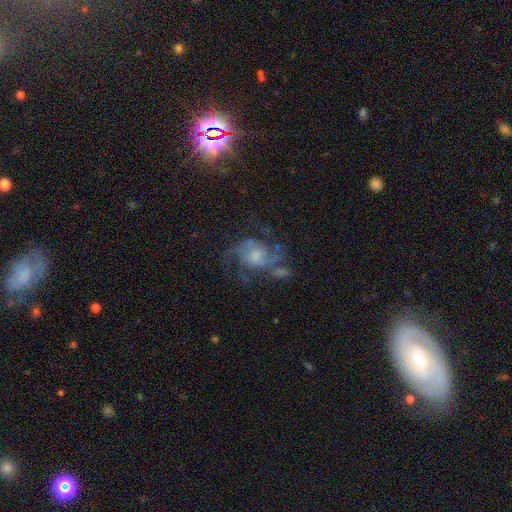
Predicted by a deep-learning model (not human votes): A featured or disk galaxy (70%) with no bar (66%), 2 (41%) medium (49%) spiral arms (81%) and a moderate central bulge (44%).

Vote fractions:
- Smooth or featured? featured or disk: 70% / smooth: 16% / star or artifact: 14%
- Edge-on disk? no: 97% / yes: 3%
- Bar? no: 66% / weak: 29% / strong: 5%
- Spiral arms? yes: 81% / no: 19%
- Spiral winding? medium: 49% / loose: 28% / tight: 24%
- Spiral arm count? 2: 41% / can't tell: 29% / 3: 14% / 1: 6% / 4: 5% / more than 4: 4%
- Bulge size? moderate: 44% / small: 34% / none: 11% / large: 10% / dominant: 2%
- Merging? none: 48% / major disturbance: 25% / minor disturbance: 18% / merger: 9%